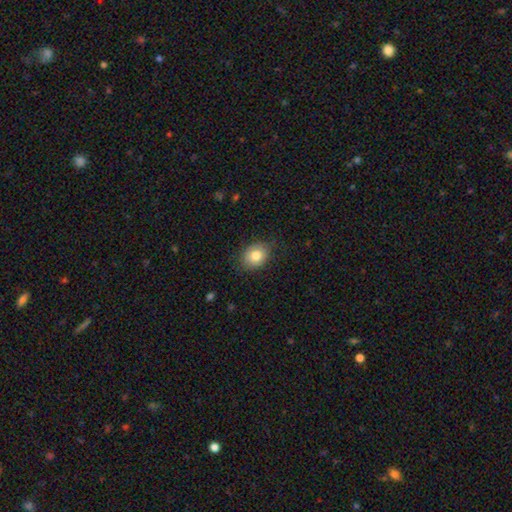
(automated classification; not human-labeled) A smooth galaxy with no disk features (81%) that is in between round and cigar-shaped (56%). Merging: none (82%).